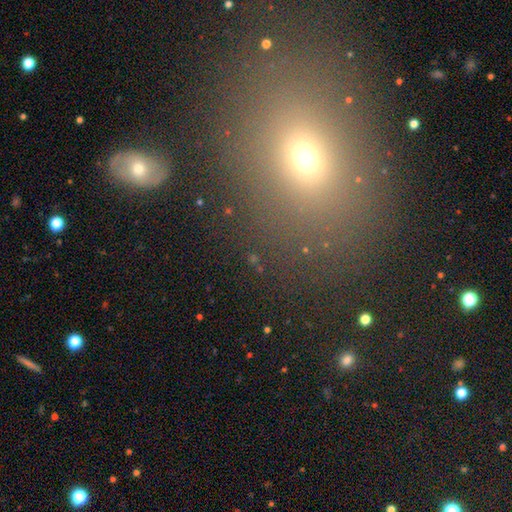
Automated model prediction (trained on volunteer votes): This is possibly a smooth galaxy (46%). Merging: likely none (77%).